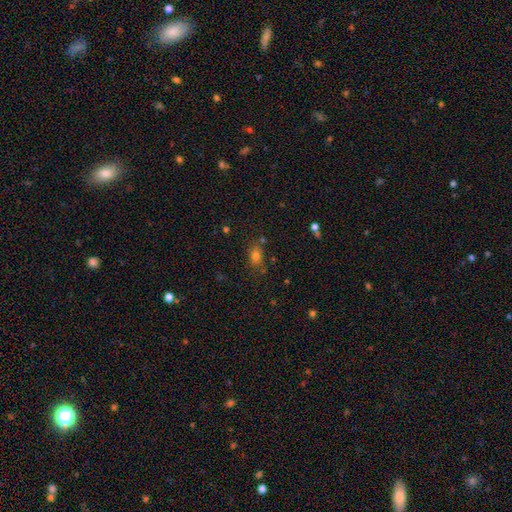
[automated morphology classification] Smooth or featured? smooth (72%)
How rounded? in between (65%)
Merging? none (74%)